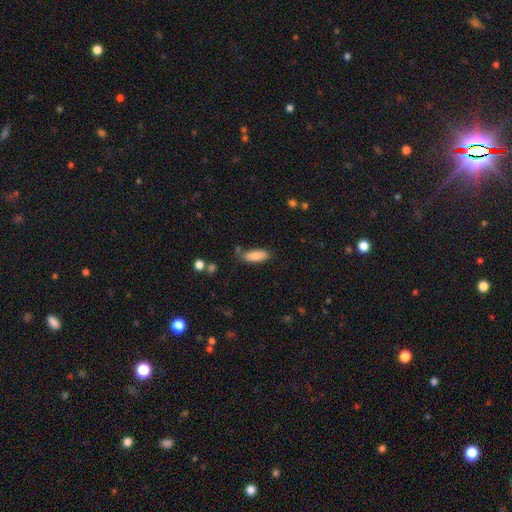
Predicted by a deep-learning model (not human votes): smooth-or-featured: smooth: 84% | featured or disk: 9% | star or artifact: 7%
  how-rounded: in between: 78% | cigar-shaped: 20% | round: 2%
  merging: none: 72% | minor disturbance: 18% | merger: 6% | major disturbance: 4%